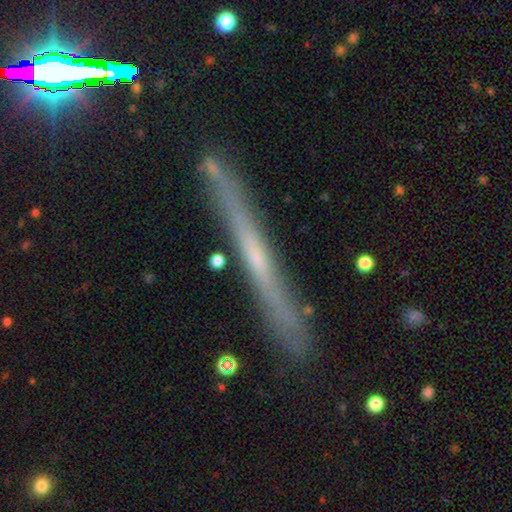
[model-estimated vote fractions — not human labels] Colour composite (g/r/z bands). It shows a featured or disk galaxy (58%) viewed edge-on (94%) with no central bulge (77%). Merging: none (83%).